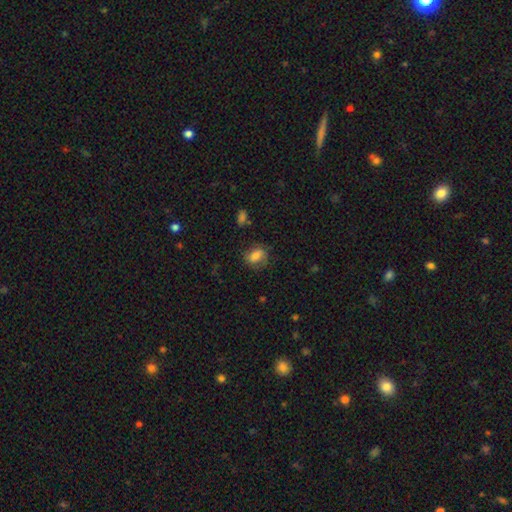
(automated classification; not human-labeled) smooth_or_featured: smooth (p=0.69) [alt: featured or disk p=0.22]
how_rounded: in between (p=0.62) [alt: round p=0.36]
merging: none (p=0.69) [alt: minor disturbance p=0.21]